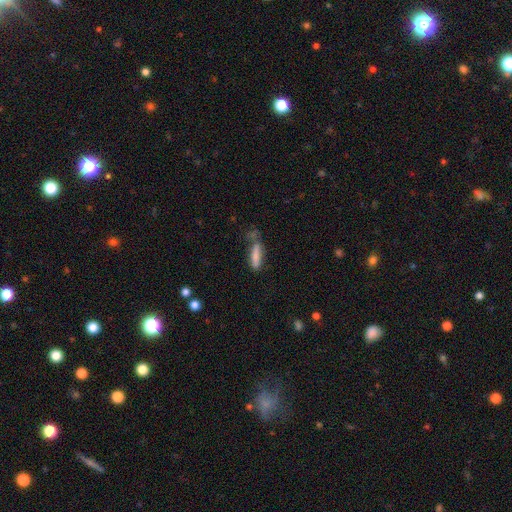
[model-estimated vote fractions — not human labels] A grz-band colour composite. It shows a smooth galaxy with no disk features (77%) that is cigar-shaped (74%). Merging: none (46%).